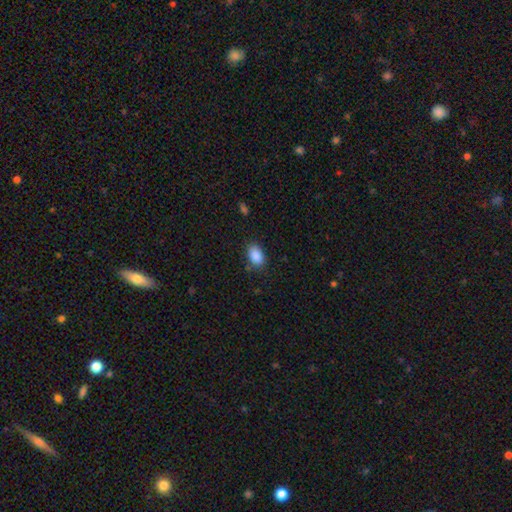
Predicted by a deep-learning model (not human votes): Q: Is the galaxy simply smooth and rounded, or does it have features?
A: smooth — 89%.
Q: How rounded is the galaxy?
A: in between — 89%.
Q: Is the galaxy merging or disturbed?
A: none — 82%.